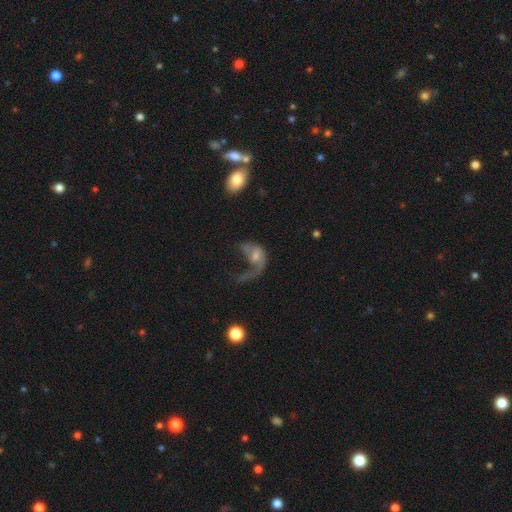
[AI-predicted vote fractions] Smooth or featured?
  - featured or disk: 64% *
  - smooth: 27%
  - star or artifact: 9%
Edge-on disk?
  - no: 96% *
  - yes: 4%
Bar?
  - no: 71% *
  - weak: 23%
  - strong: 6%
Spiral arms?
  - yes: 71% *
  - no: 29%
Bulge size?
  - small: 46% *
  - moderate: 40%
  - none: 7%
  - large: 5%
  - dominant: 2%
Merging?
  - major disturbance: 62% *
  - none: 19%
  - minor disturbance: 11%
  - merger: 8%